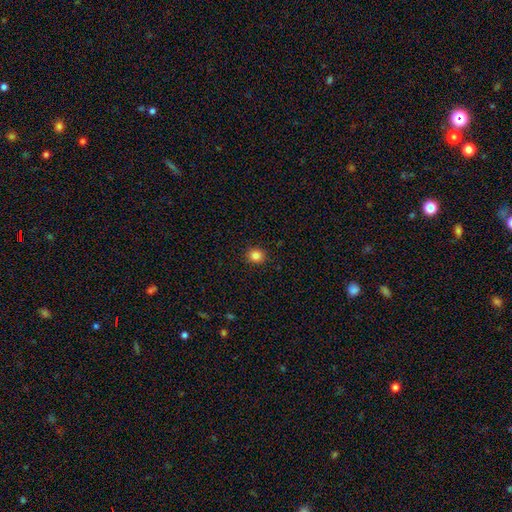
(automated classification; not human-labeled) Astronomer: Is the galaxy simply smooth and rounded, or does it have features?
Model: smooth — 85%.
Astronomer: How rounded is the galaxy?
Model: round — 87%.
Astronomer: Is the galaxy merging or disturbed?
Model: none — 91%.